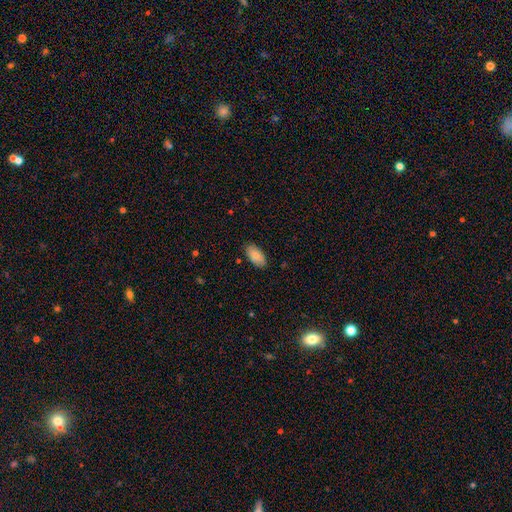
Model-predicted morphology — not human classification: This is clearly a smooth galaxy (87%). How rounded: clearly in between (95%). Merging: clearly none (86%).